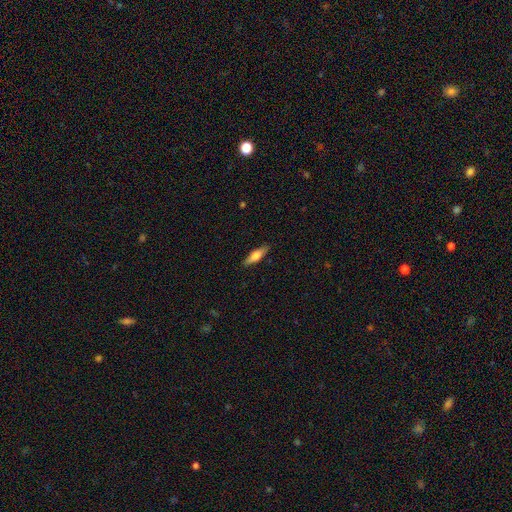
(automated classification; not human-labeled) smooth_or_featured: smooth (p=0.58) [alt: featured or disk p=0.36]
how_rounded: cigar-shaped (p=0.60) [alt: in between p=0.38]
merging: none (p=0.87) [alt: minor disturbance p=0.10]